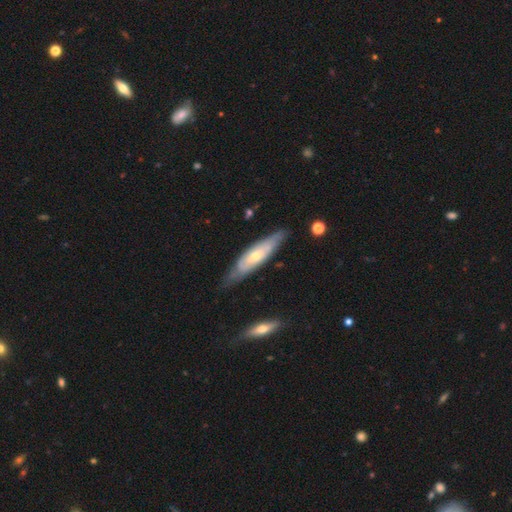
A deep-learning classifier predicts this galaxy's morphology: featured or disk 60%, smooth 35%, star or artifact 6%. Down the decision tree: edge-on disk — no (58%); merging — none (70%).